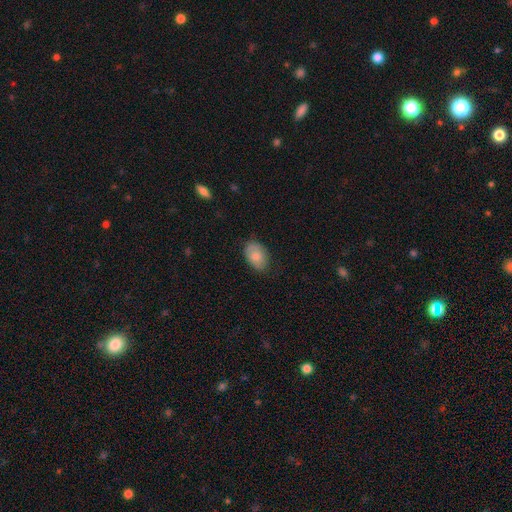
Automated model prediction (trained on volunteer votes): A smooth galaxy with no disk features (78%) that is in between round and cigar-shaped (85%).

Vote fractions:
- Smooth or featured? smooth: 78% / featured or disk: 15% / star or artifact: 7%
- How rounded? in between: 85% / round: 14% / cigar-shaped: 1%
- Merging? none: 77% / minor disturbance: 18% / major disturbance: 3% / merger: 1%